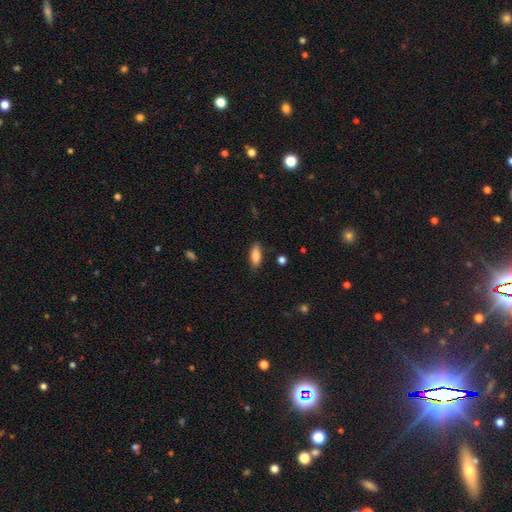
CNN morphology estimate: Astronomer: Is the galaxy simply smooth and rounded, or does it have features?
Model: smooth — 79%.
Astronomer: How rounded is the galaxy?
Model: in between — 68%.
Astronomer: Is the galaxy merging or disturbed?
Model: none — 81%.